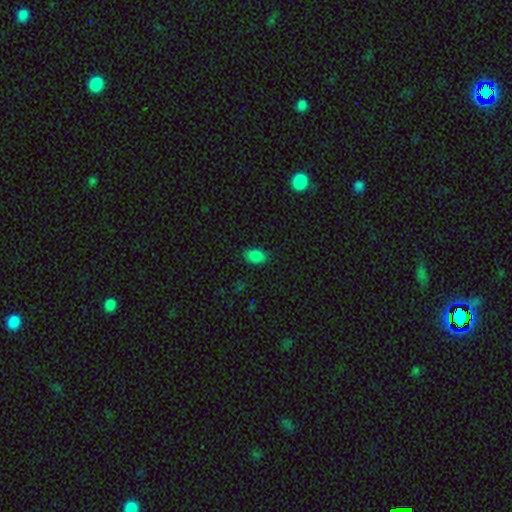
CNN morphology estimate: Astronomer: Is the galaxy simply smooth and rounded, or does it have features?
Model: smooth — 85%.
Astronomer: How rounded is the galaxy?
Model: in between — 86%.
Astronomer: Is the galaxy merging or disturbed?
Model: none — 82%.